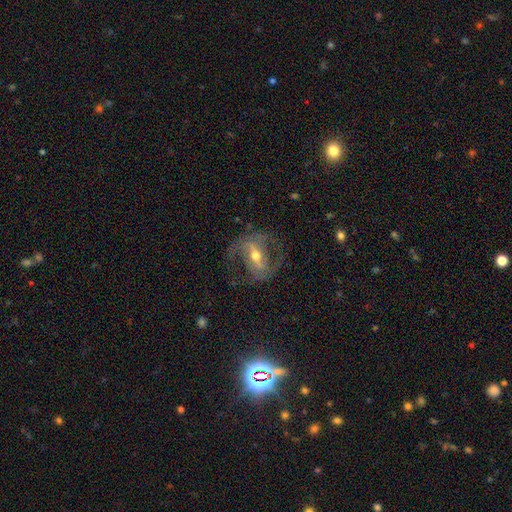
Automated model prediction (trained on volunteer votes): Q: Smooth or featured?
A: featured or disk (85%); runner-up: smooth (9%)
Q: Edge-on disk?
A: no (95%); runner-up: yes (5%)
Q: Bar?
A: strong (53%); runner-up: weak (34%)
Q: Spiral arms?
A: yes (91%); runner-up: no (9%)
Q: Spiral winding?
A: medium (52%); runner-up: loose (30%)
Q: Spiral arm count?
A: 2 (87%); runner-up: can't tell (6%)
Q: Bulge size?
A: moderate (66%); runner-up: small (27%)
Q: Merging?
A: none (68%); runner-up: minor disturbance (16%)